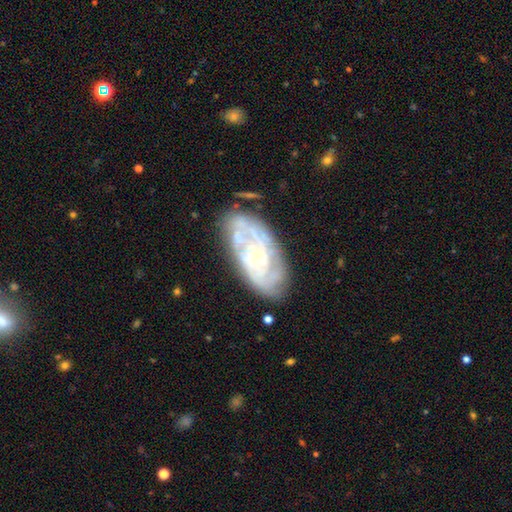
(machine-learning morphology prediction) type=featured or disk (80%); edge-on=no (94%); bar=no (78%); spiral arms=yes (88%); winding=tight (70%); arm count=can't tell (45%); bulge=small (77%); merging=none (71%).